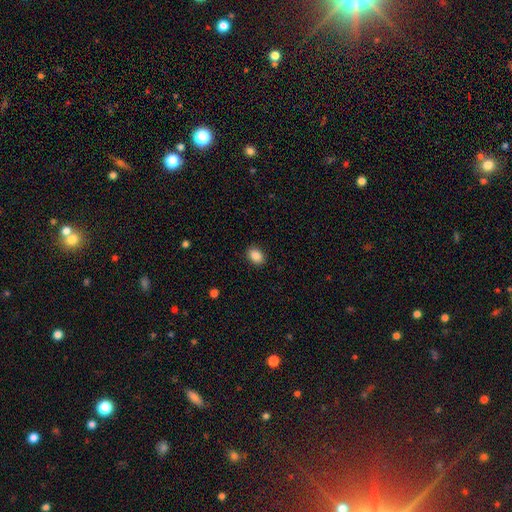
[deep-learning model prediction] This appears to be a smooth galaxy with no disk features (88%) that is in between round and cigar-shaped (77%). Merging: none (89%).